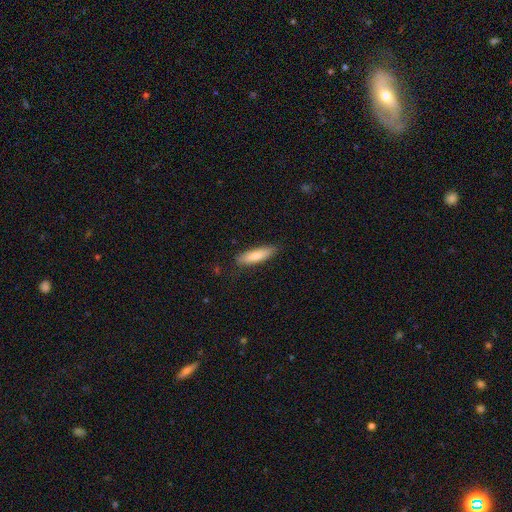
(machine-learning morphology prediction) Smooth or featured: smooth — 78% (featured or disk — 16%)
How rounded: cigar-shaped — 66% (in between — 33%)
Merging: none — 86% (minor disturbance — 11%)